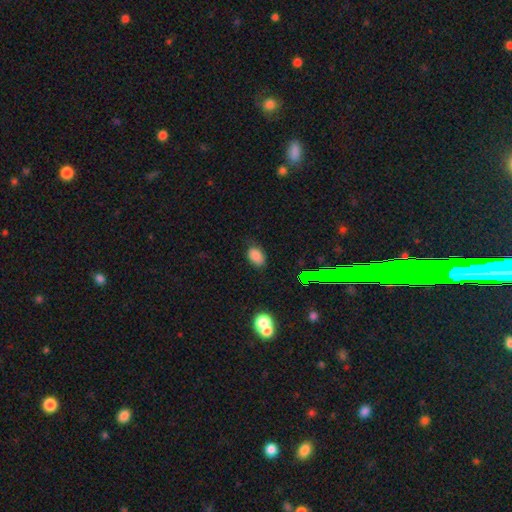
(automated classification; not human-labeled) Morphology: type=smooth (82%); roundness=in between (87%); merging=none (77%).